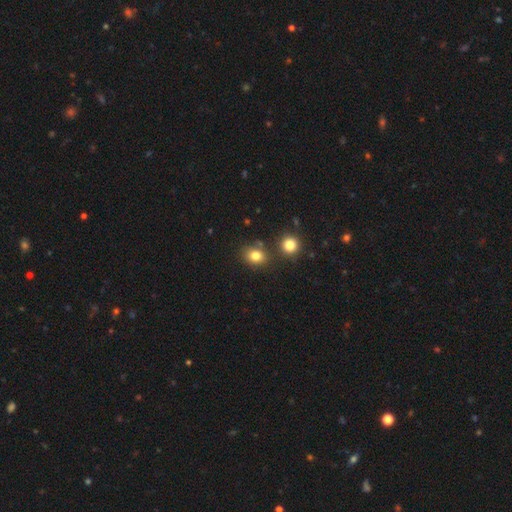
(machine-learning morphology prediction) The model was most divided on "how rounded": round: 62%, in between: 37%, cigar-shaped: 1%. More confident: smooth or featured — smooth (80%); merging — none (73%).